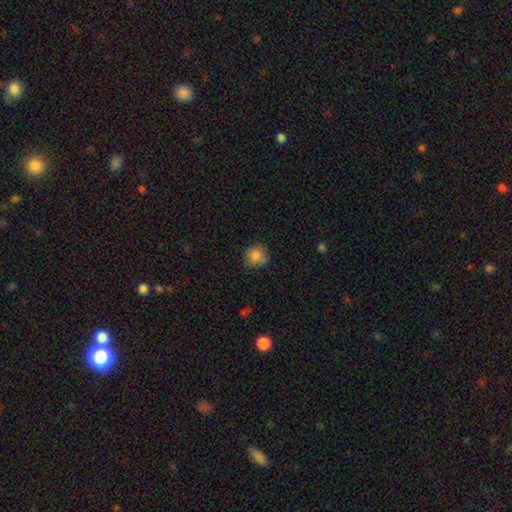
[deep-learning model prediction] Smooth or featured? Predicted: smooth (p=0.84). How rounded? Predicted: round (p=0.90). Merging? Predicted: none (p=0.76).